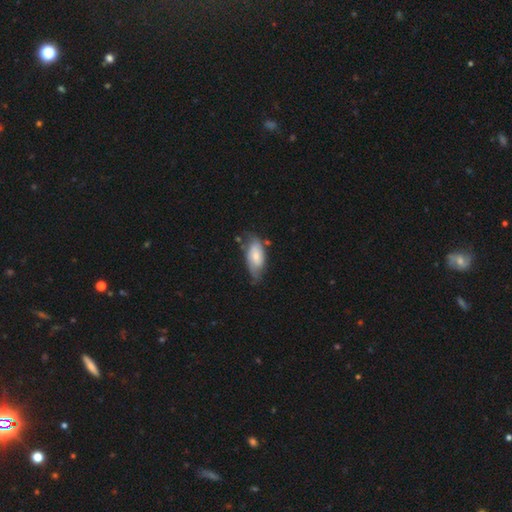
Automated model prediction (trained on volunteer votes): A smooth galaxy with no disk features (59%) that is in between round and cigar-shaped (87%). Merging: none (55%).